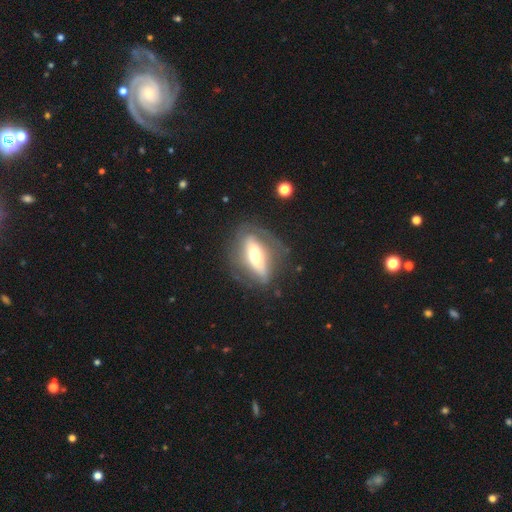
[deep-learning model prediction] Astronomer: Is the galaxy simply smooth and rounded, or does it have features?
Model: featured or disk — 65%.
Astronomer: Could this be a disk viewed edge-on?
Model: no — 67%.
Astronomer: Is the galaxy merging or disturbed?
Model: none — 65%.